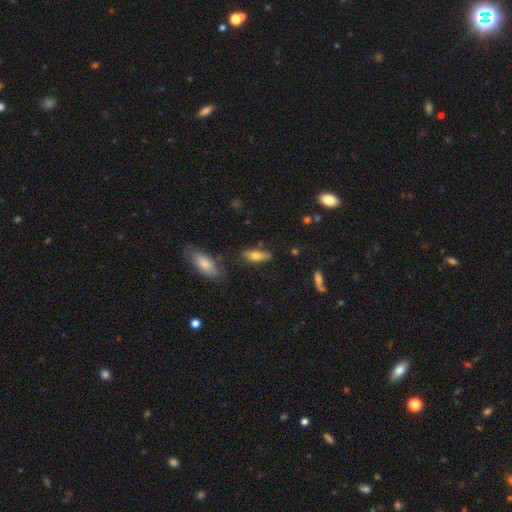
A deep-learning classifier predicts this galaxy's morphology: The model was most divided on "how rounded": in between: 67%, cigar-shaped: 30%, round: 3%. More confident: merging — none (76%); smooth or featured — smooth (70%).